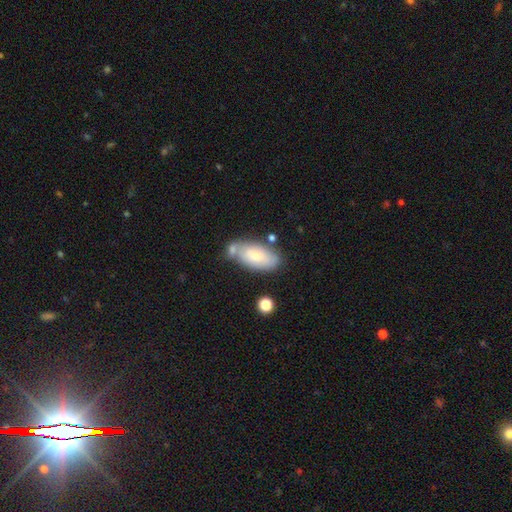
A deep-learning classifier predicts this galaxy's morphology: type=smooth (69%); roundness=in between (92%); merging=none (58%).